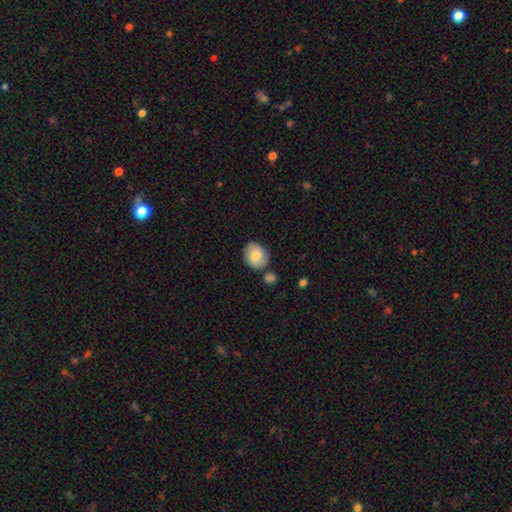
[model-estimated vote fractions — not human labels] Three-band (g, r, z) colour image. It shows a smooth galaxy with no disk features (76%) that is round (62%). Merging: none (71%).